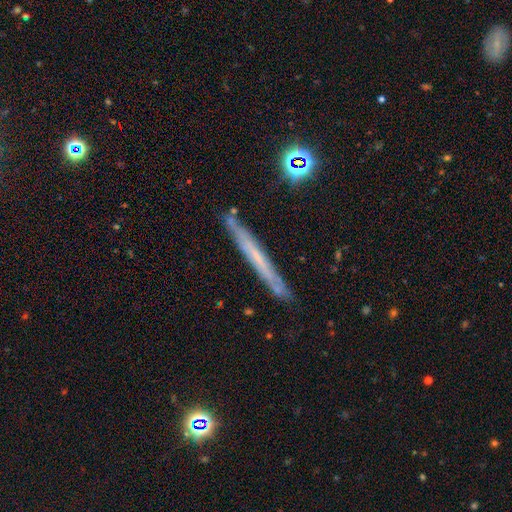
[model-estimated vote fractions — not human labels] The model was most divided on "smooth or featured": featured or disk: 52%, smooth: 38%, star or artifact: 10%. More confident: edge-on disk — yes (91%); merging — none (85%).